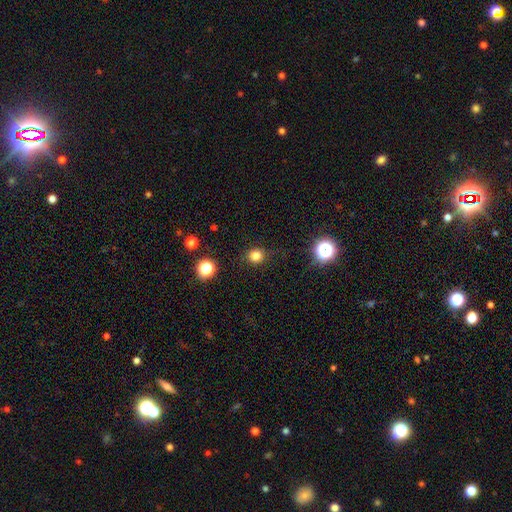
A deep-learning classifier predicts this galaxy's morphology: Q: Smooth or featured?
A: smooth (80%); runner-up: star or artifact (15%)
Q: How rounded?
A: round (83%); runner-up: in between (16%)
Q: Merging?
A: none (86%); runner-up: minor disturbance (10%)